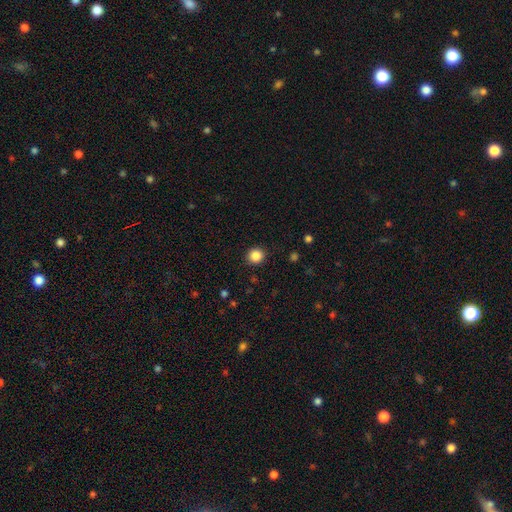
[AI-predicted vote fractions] This is clearly a smooth galaxy (86%). How rounded: clearly round (92%). Merging: clearly none (91%).